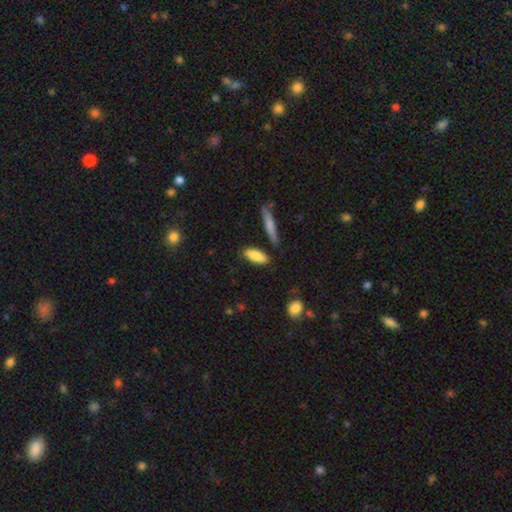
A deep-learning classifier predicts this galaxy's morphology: smooth-or-featured: smooth: 86% | featured or disk: 8% | star or artifact: 6%
  how-rounded: in between: 67% | cigar-shaped: 30% | round: 2%
  merging: none: 81% | minor disturbance: 12% | merger: 5% | major disturbance: 3%